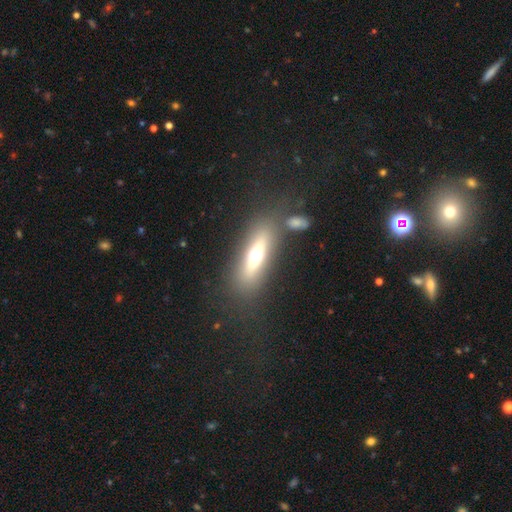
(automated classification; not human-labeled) This is possibly a smooth galaxy (48%). Merging: likely none (72%).